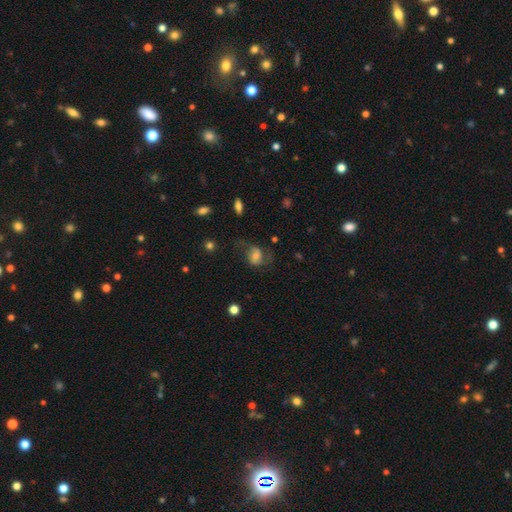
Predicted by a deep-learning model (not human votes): A featured or disk galaxy (52%). Merging: none (53%).